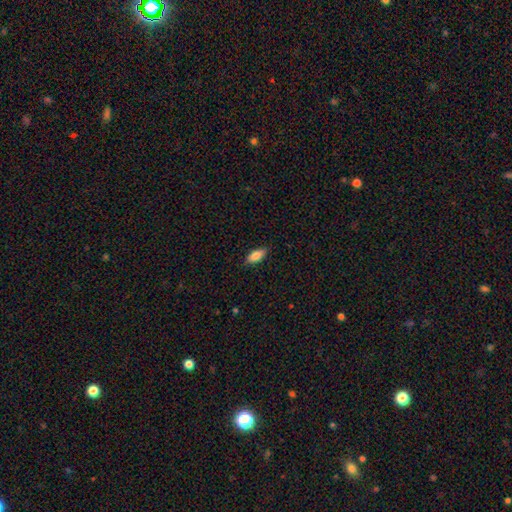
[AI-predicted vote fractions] smooth-or-featured: smooth: 83% | featured or disk: 10% | star or artifact: 7%
  how-rounded: in between: 82% | cigar-shaped: 16% | round: 2%
  merging: none: 84% | minor disturbance: 13% | major disturbance: 2% | merger: 1%